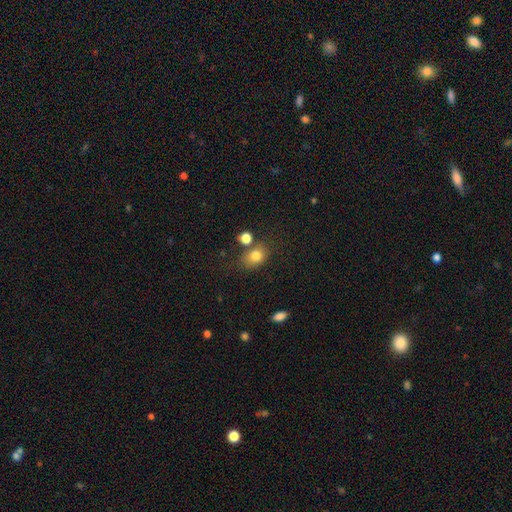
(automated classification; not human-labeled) Overall: smooth (80%). How rounded: in between (57%; round 42%). Merging: none (62%).